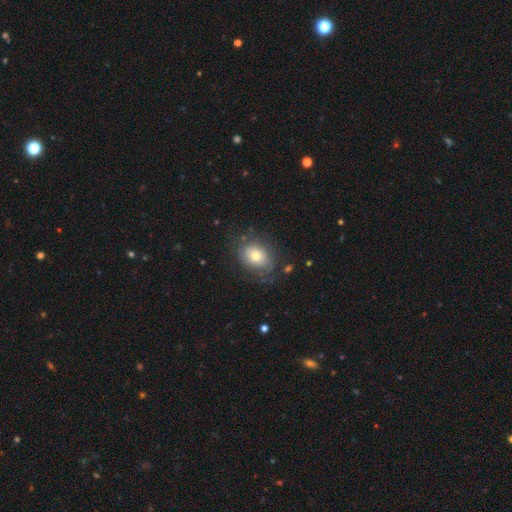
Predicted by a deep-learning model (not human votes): Q: Smooth or featured?
A: smooth (58%); runner-up: featured or disk (33%)
Q: How rounded?
A: in between (61%); runner-up: round (38%)
Q: Merging?
A: none (66%); runner-up: minor disturbance (20%)